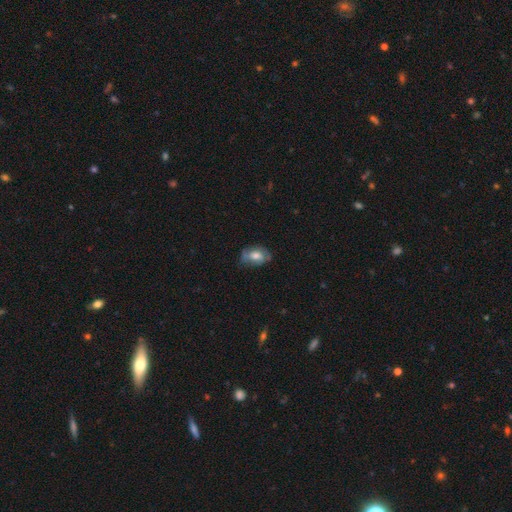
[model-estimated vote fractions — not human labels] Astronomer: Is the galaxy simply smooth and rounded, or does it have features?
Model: smooth — 56% (runner-up: featured or disk, 35%).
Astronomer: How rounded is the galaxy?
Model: in between — 80%.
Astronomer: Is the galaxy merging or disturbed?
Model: none — 53% (runner-up: minor disturbance, 32%).